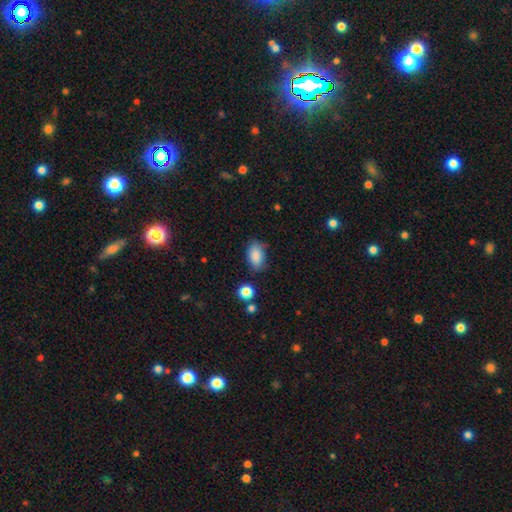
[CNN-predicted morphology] The model was most divided on "merging": none: 72%, minor disturbance: 20%, major disturbance: 5%, merger: 3%. More confident: how rounded — in between (89%); smooth or featured — smooth (86%).